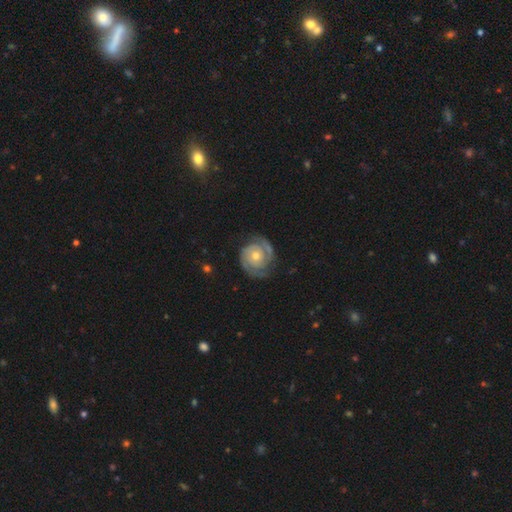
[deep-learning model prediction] featured or disk 89%, smooth 7%, star or artifact 5%. Down the decision tree: edge-on disk — no (98%); bar — no (76%); spiral arms — yes (98%); spiral arm count — 2 (86%); spiral winding — tight (68%); bulge size — moderate (53%); merging — none (80%).